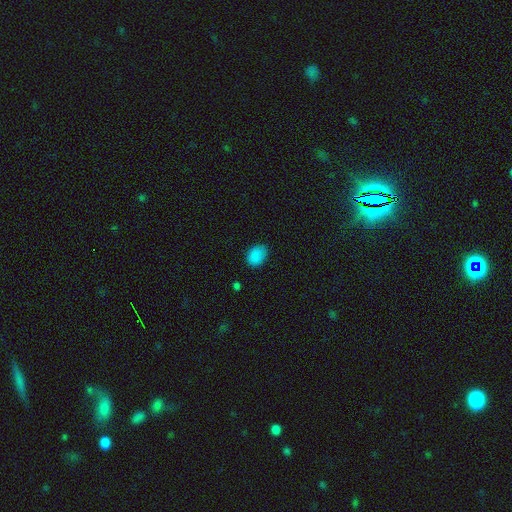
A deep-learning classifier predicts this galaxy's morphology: A smooth galaxy with no disk features (86%) that is in between round and cigar-shaped (74%). Merging: none (78%).